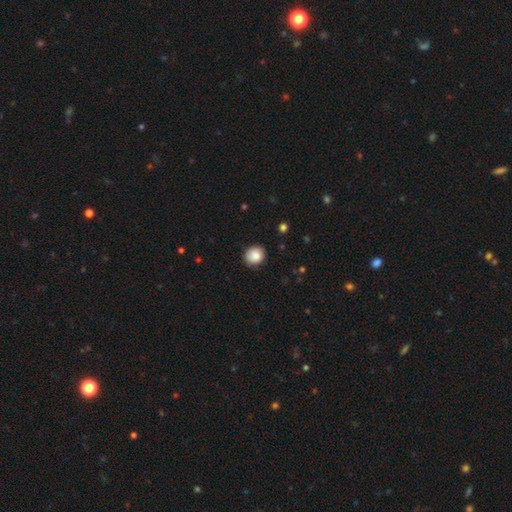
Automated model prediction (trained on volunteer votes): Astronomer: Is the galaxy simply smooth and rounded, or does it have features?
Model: smooth — 86%.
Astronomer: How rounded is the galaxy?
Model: round — 82%.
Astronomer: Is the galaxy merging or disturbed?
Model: none — 87%.